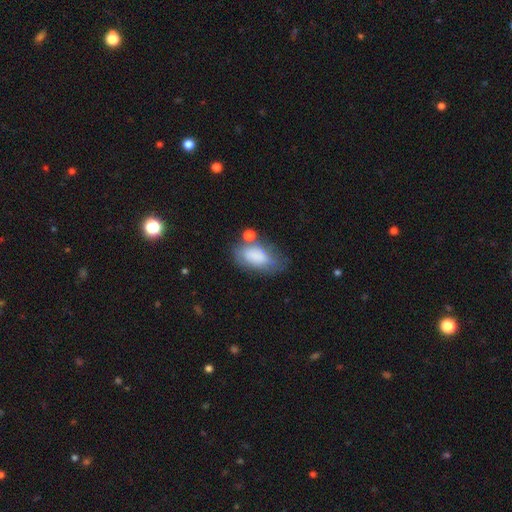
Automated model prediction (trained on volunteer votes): This appears to be a smooth galaxy with no disk features (74%) that is in between round and cigar-shaped (90%). Merging: none (38%).